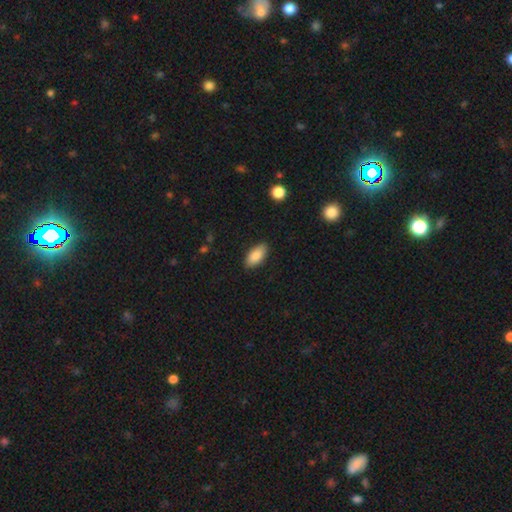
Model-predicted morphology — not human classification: smooth-or-featured: smooth: 87% | featured or disk: 7% | star or artifact: 6%
  how-rounded: in between: 90% | cigar-shaped: 7% | round: 2%
  merging: none: 87% | minor disturbance: 9% | major disturbance: 2% | merger: 1%